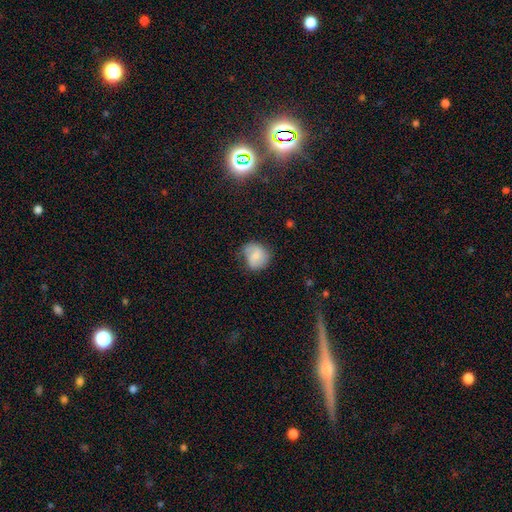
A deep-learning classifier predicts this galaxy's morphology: Smooth or featured? smooth (64%)
How rounded? round (73%)
Merging? none (52%)